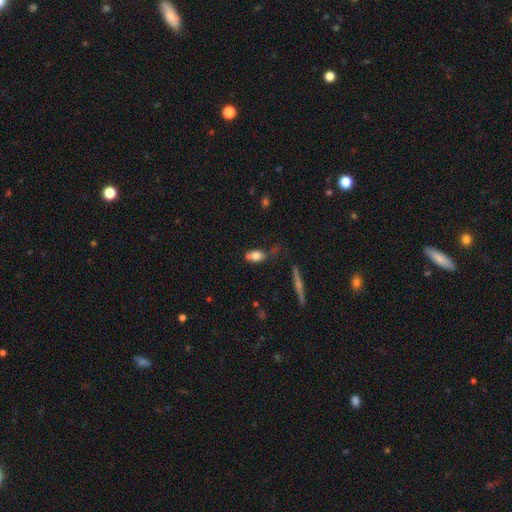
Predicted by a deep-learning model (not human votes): smooth 73%, featured or disk 18%, star or artifact 9%. Down the decision tree: how rounded — in between (82%); merging — none (52%).